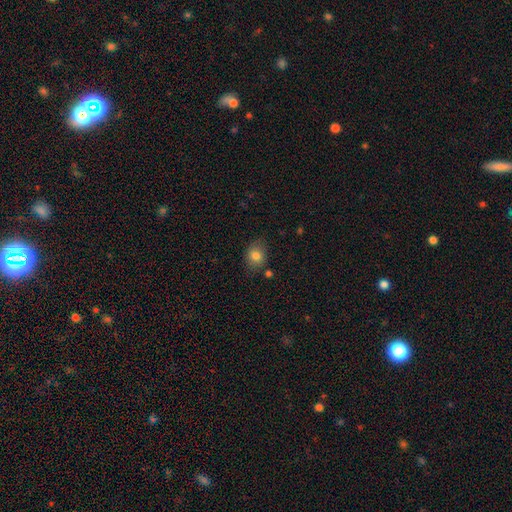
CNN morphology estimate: Smooth or featured: smooth — 80% (star or artifact — 11%)
How rounded: round — 51% (in between — 48%)
Merging: none — 75% (minor disturbance — 17%)